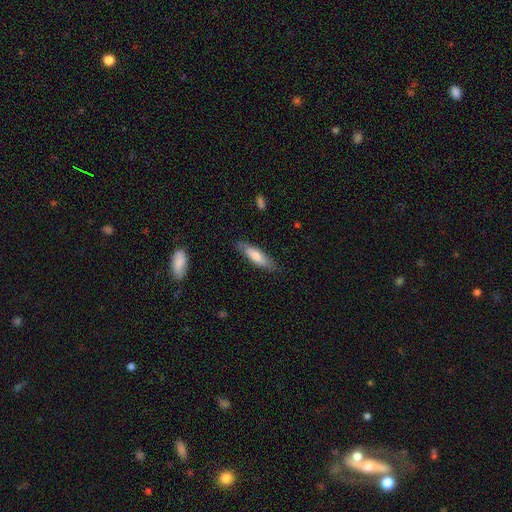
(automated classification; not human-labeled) A smooth galaxy with no disk features (69%) that is cigar-shaped (65%). Merging: none (80%).